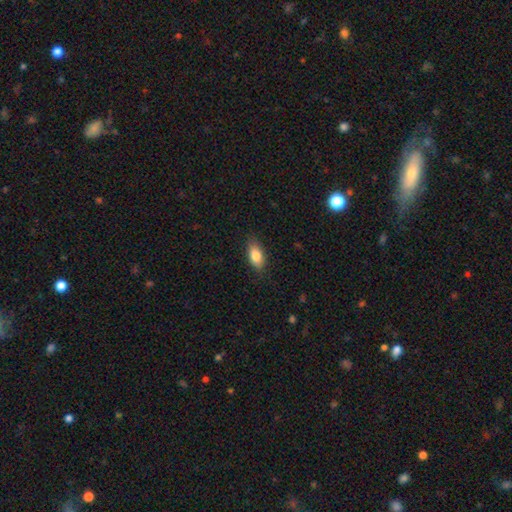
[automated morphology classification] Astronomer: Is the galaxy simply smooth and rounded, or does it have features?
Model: smooth — 82%.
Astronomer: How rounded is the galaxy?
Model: in between — 87%.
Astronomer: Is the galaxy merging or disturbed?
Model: none — 84%.